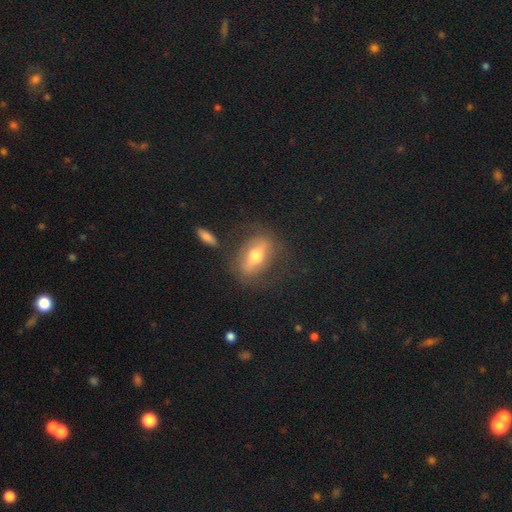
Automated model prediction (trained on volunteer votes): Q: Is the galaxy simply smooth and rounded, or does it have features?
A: featured or disk — 52%.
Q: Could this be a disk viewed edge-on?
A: no — 61%.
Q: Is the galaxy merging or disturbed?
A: none — 75%.